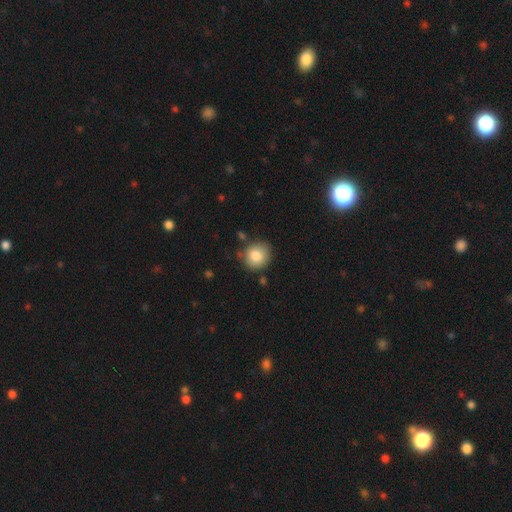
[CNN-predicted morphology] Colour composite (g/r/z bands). It shows a smooth galaxy with no disk features (83%) that is round (85%). Merging: none (78%).